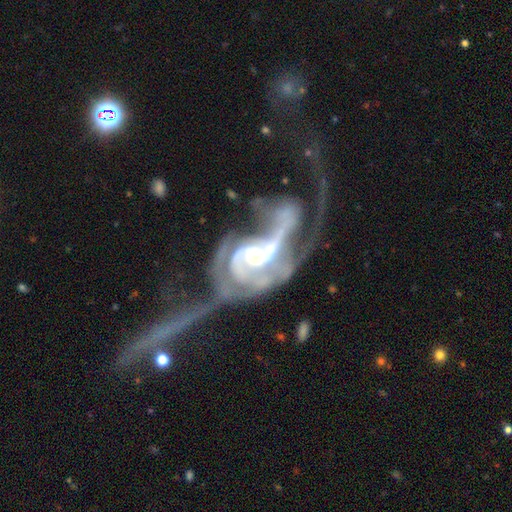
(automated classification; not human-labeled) This appears to be a featured or disk galaxy (87%) with no bar (47%), 2 (50%) medium (38%) spiral arms (90%) and a moderate central bulge (52%). Merging: merger (53%).